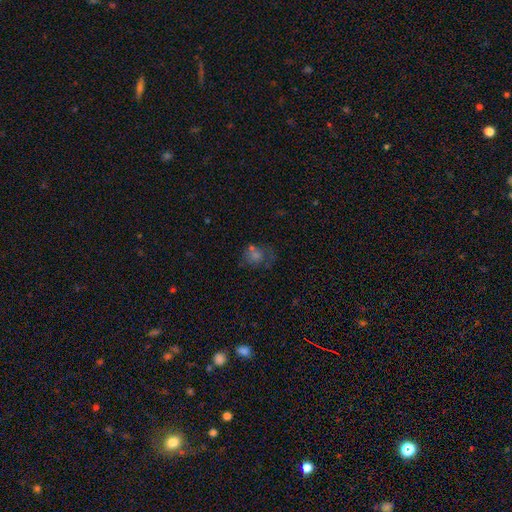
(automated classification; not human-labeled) Q: Smooth or featured?
A: smooth (42%); runner-up: star or artifact (30%)
Q: Merging?
A: none (49%); runner-up: major disturbance (21%)